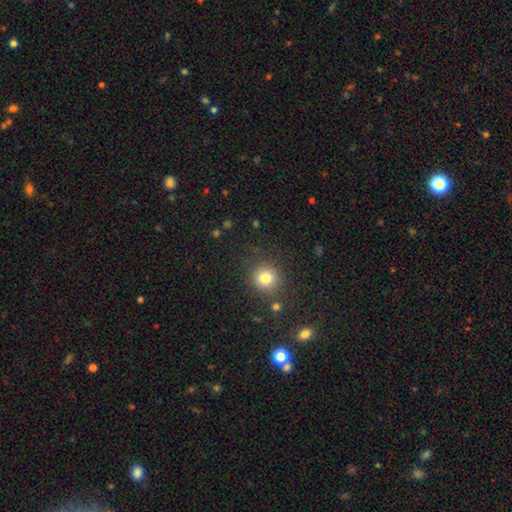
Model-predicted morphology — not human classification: type=smooth (66%); roundness=round (92%); merging=none (88%).